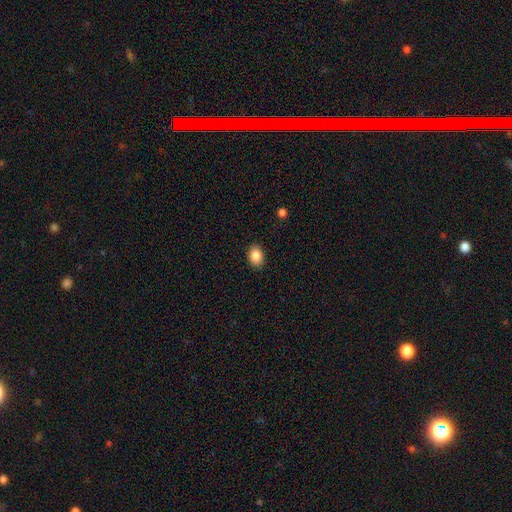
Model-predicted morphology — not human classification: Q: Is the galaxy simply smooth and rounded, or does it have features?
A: smooth — 86%.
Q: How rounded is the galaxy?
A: in between — 73%.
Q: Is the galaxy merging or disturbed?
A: none — 89%.